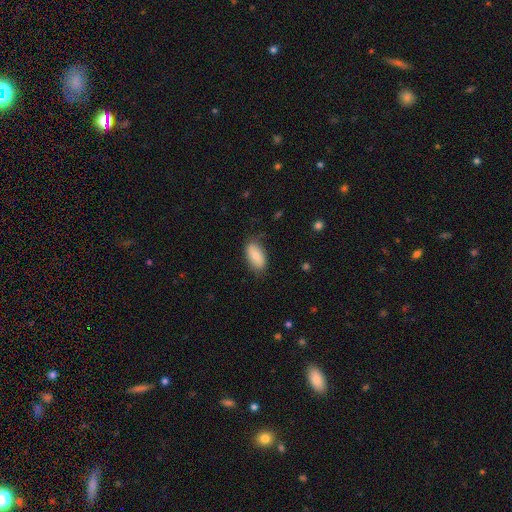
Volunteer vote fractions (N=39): Smooth or featured?
  - smooth: 85% *
  - featured or disk: 10%
  - star or artifact: 5%
How rounded?
  - in between: 88% *
  - round: 9%
  - cigar-shaped: 3%
Merging?
  - none: 78% *
  - minor disturbance: 19%
  - major disturbance: 3%
  - merger: 0%